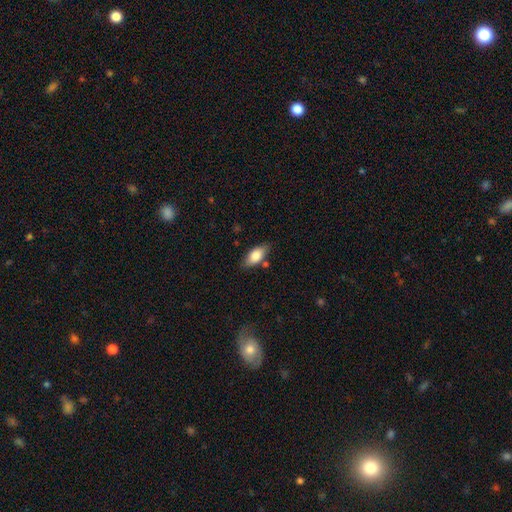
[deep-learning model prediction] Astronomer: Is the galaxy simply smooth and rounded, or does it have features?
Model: smooth — 80%.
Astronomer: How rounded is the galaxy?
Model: in between — 88%.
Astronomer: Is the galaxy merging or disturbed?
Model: none — 76%.